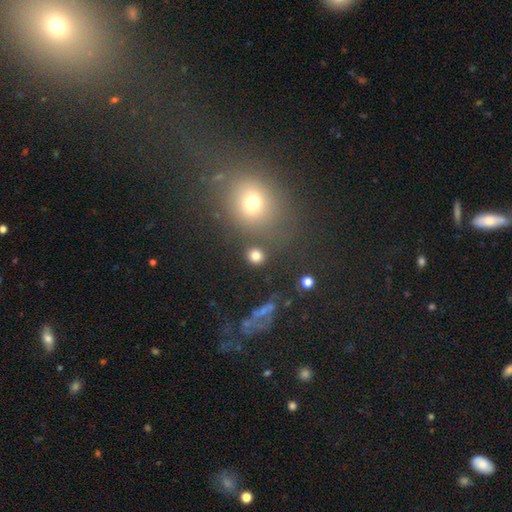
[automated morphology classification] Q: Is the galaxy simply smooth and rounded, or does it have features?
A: smooth — 80%.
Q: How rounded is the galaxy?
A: round — 81%.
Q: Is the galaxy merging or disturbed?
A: none — 82%.